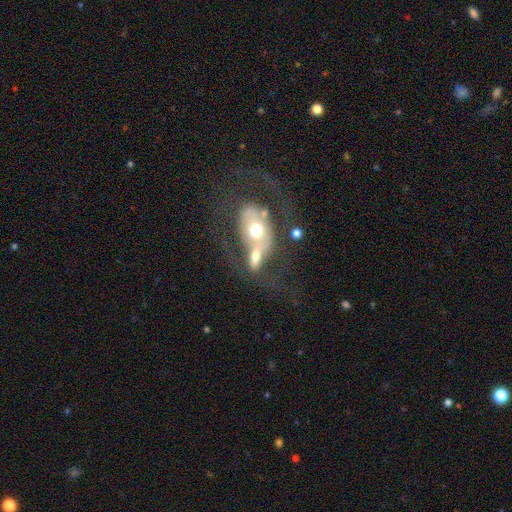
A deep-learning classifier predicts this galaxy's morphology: Overall: featured or disk (48%; smooth 44%). Merging: merger (49%; none 20%).